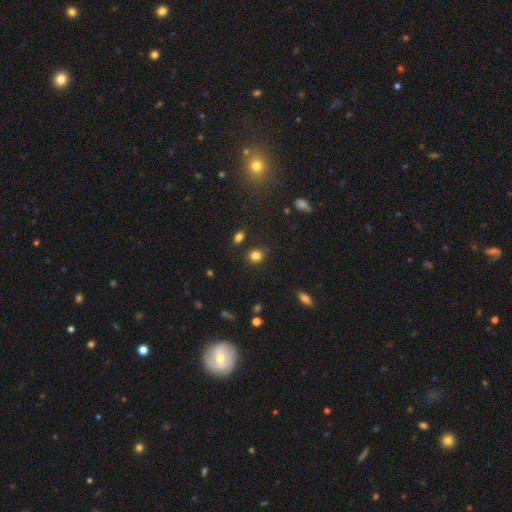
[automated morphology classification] Smooth or featured? Predicted: smooth (p=0.83). How rounded? Predicted: round (p=0.76). Merging? Predicted: none (p=0.84).